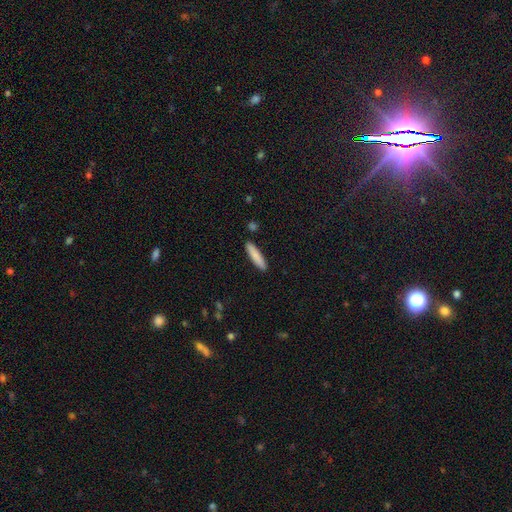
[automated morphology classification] A smooth galaxy with no disk features (84%) that is cigar-shaped (85%).

Vote fractions:
- Smooth or featured? smooth: 84% / featured or disk: 10% / star or artifact: 6%
- How rounded? cigar-shaped: 85% / in between: 14% / round: 1%
- Merging? none: 90% / minor disturbance: 7% / merger: 2% / major disturbance: 1%